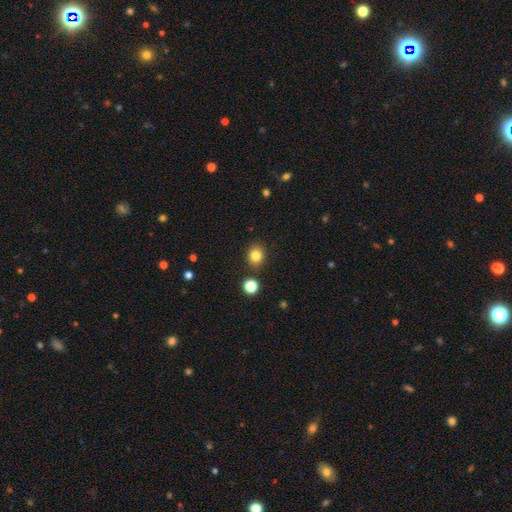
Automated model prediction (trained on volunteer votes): This is clearly a smooth galaxy (82%). How rounded: likely round (77%). Merging: clearly none (86%).